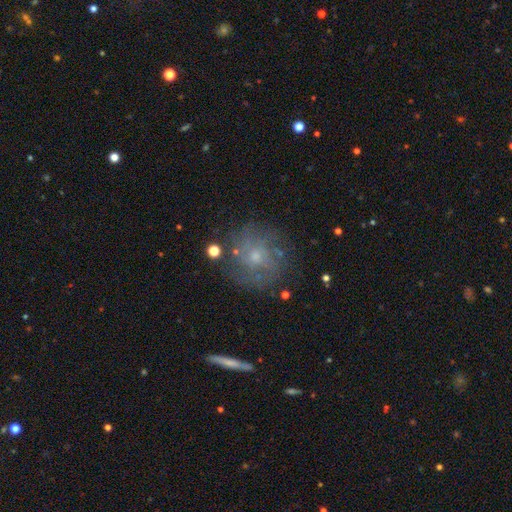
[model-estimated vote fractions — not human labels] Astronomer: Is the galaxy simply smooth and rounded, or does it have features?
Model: featured or disk — 54% (runner-up: smooth, 32%).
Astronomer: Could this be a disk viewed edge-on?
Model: no — 96%.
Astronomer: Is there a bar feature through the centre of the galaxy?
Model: no — 81%.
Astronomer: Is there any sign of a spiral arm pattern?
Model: yes — 64%.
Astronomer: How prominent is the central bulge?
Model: small — 59%.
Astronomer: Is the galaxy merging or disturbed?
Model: none — 73%.